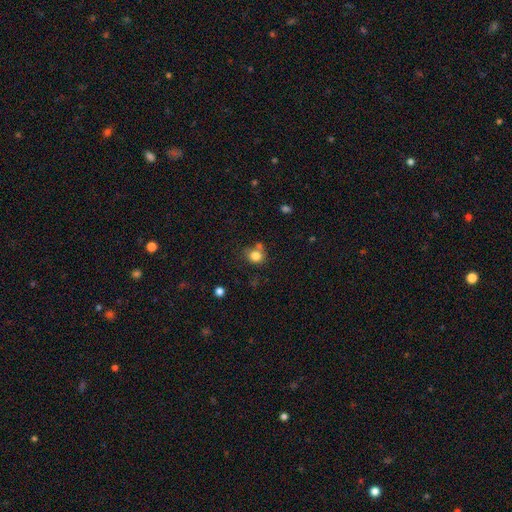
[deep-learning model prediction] A smooth galaxy with no disk features (81%) that is round (76%).

Vote fractions:
- Smooth or featured? smooth: 81% / star or artifact: 12% / featured or disk: 8%
- How rounded? round: 76% / in between: 23% / cigar-shaped: 1%
- Merging? none: 57% / merger: 21% / minor disturbance: 16% / major disturbance: 6%